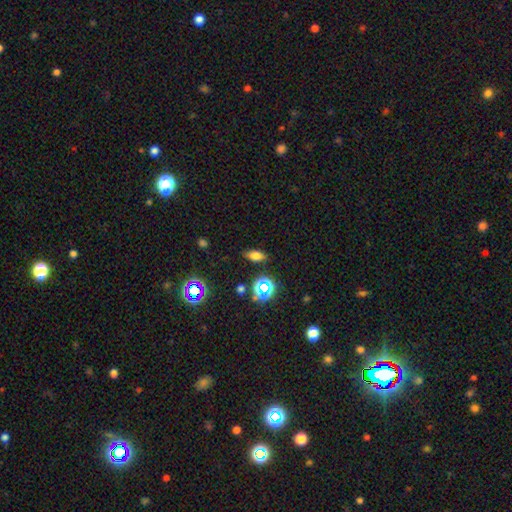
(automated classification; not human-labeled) smooth_or_featured: smooth (p=0.67) [alt: star or artifact p=0.19]
how_rounded: in between (p=0.76) [alt: cigar-shaped p=0.13]
merging: none (p=0.84) [alt: minor disturbance p=0.11]